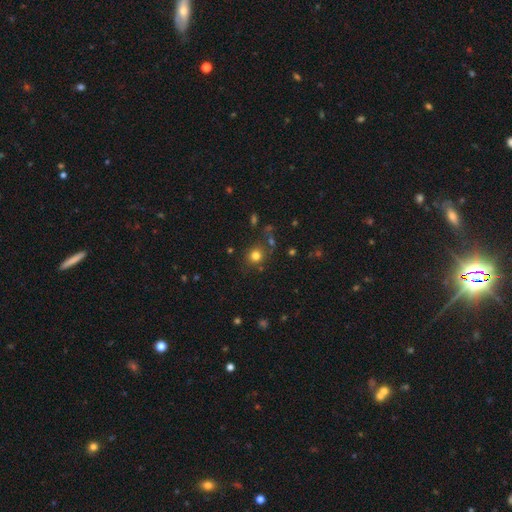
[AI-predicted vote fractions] A smooth galaxy with no disk features (77%) that is round (84%). Merging: none (79%).